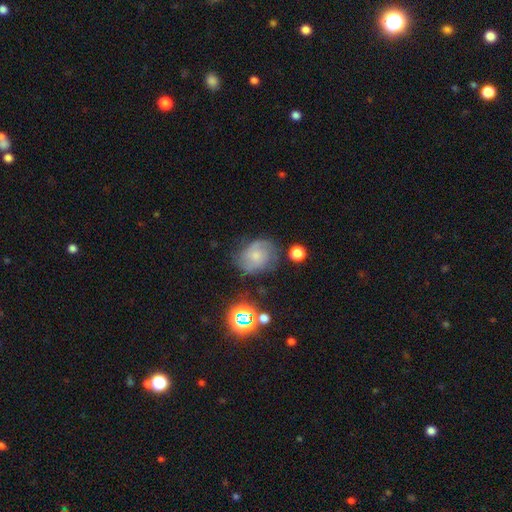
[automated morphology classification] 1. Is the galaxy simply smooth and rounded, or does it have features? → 46% smooth, 41% featured or disk, 13% star or artifact.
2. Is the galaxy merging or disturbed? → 60% none, 25% minor disturbance, 12% major disturbance, 3% merger.